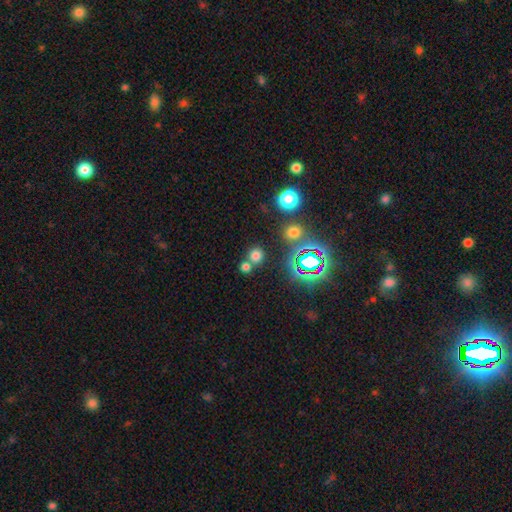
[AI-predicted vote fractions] smooth-or-featured: smooth: 65% | star or artifact: 27% | featured or disk: 7%
  how-rounded: round: 86% | in between: 13% | cigar-shaped: 1%
  merging: none: 63% | merger: 27% | minor disturbance: 7% | major disturbance: 3%